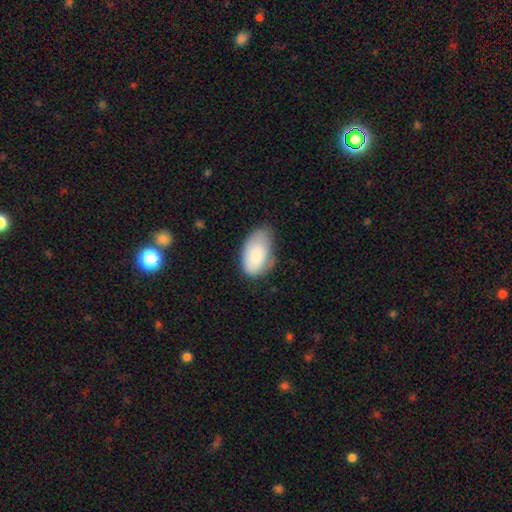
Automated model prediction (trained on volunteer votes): Smooth or featured? Predicted: smooth (p=0.83). How rounded? Predicted: in between (p=0.95). Merging? Predicted: none (p=0.52).